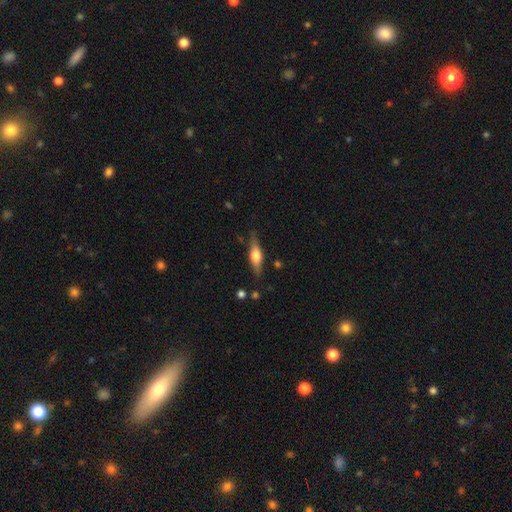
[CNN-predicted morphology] A featured or disk galaxy (50%). Merging: none (79%).